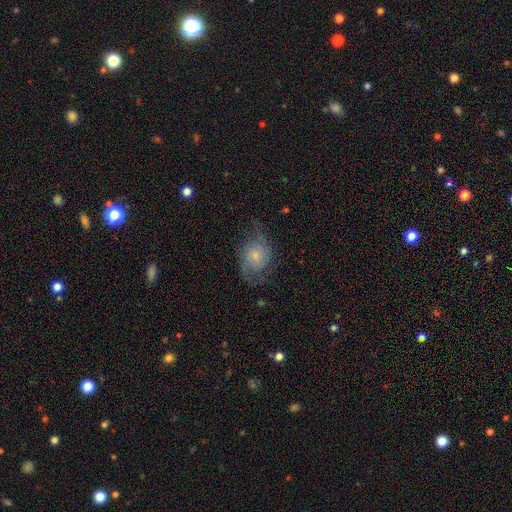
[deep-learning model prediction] This is possibly a featured or disk galaxy (57%). It is clearly not viewed edge-on (96%). Bar: likely no (72%). Spiral arm pattern: clearly yes (86%). Central bulge: possibly small (57%). Merging: possibly none (60%).